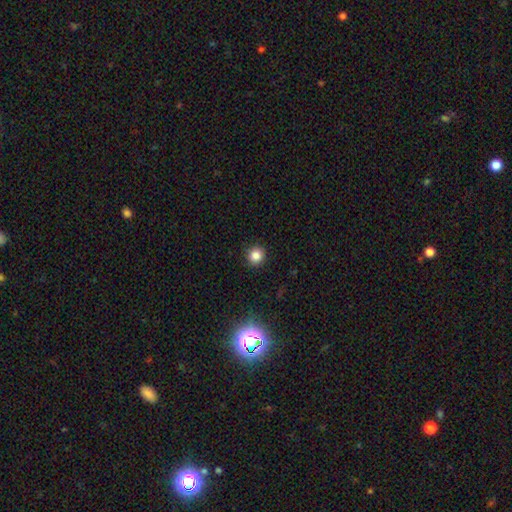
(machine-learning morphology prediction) A smooth galaxy with no disk features (82%) that is round (92%). Merging: none (91%).